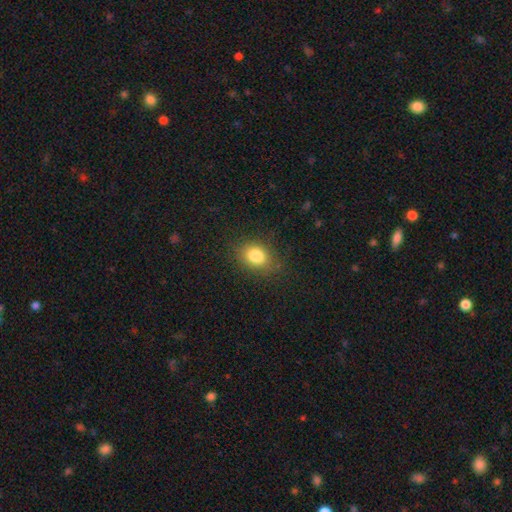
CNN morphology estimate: A smooth galaxy with no disk features (83%) that is in between round and cigar-shaped (61%).

Vote fractions:
- Smooth or featured? smooth: 83% / star or artifact: 10% / featured or disk: 7%
- How rounded? in between: 61% / round: 38% / cigar-shaped: 1%
- Merging? none: 80% / minor disturbance: 14% / major disturbance: 5% / merger: 1%